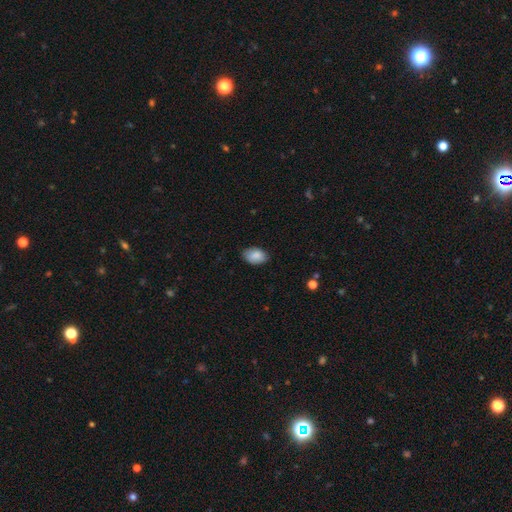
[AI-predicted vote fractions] Morphology: type=smooth (87%); roundness=in between (88%); merging=none (80%).